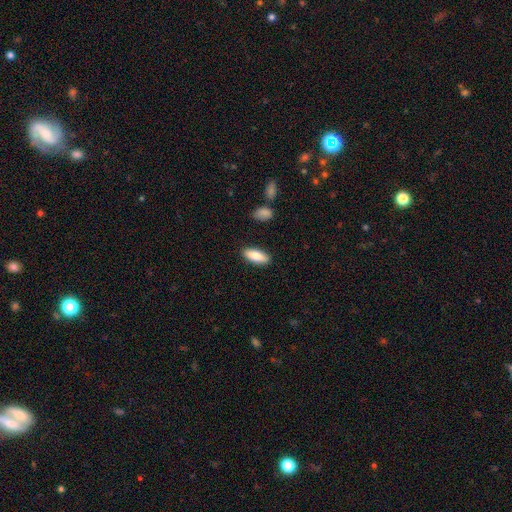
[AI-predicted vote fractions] smooth-or-featured: smooth: 84% | featured or disk: 10% | star or artifact: 6%
  how-rounded: in between: 75% | cigar-shaped: 23% | round: 2%
  merging: none: 87% | minor disturbance: 9% | major disturbance: 2% | merger: 2%